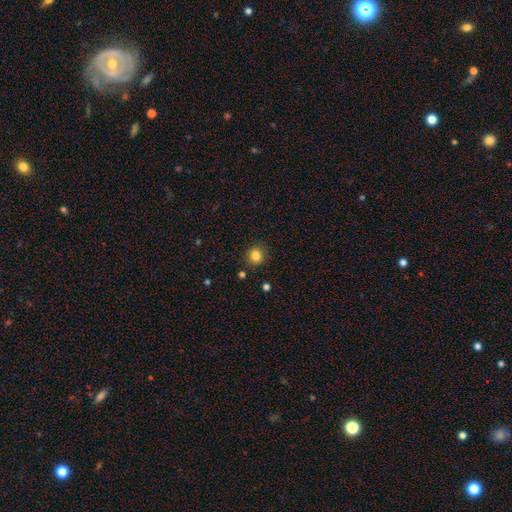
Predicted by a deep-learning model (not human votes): Smooth or featured: smooth — 83% (star or artifact — 12%)
How rounded: round — 90% (in between — 9%)
Merging: none — 88% (minor disturbance — 8%)